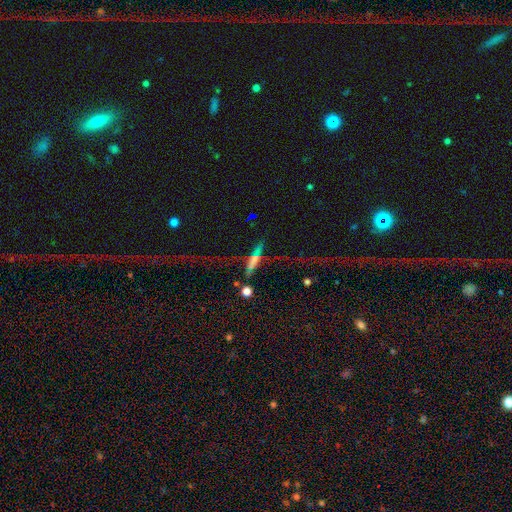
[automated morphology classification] Smooth or featured: featured or disk — 49% (smooth — 30%)
Merging: none — 47% (major disturbance — 25%)